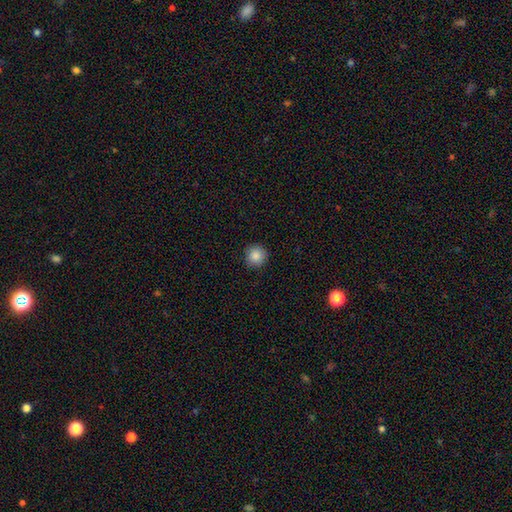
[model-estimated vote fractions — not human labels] Morphology: type=smooth (86%); roundness=round (95%); merging=none (92%).